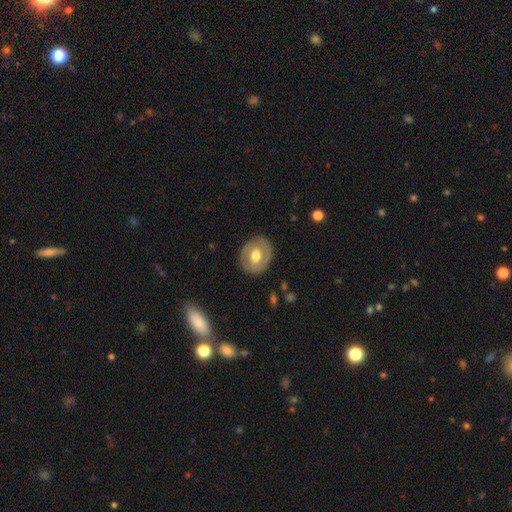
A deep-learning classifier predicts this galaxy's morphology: smooth_or_featured: smooth (p=0.48) [alt: featured or disk p=0.46]
merging: none (p=0.83) [alt: minor disturbance p=0.12]